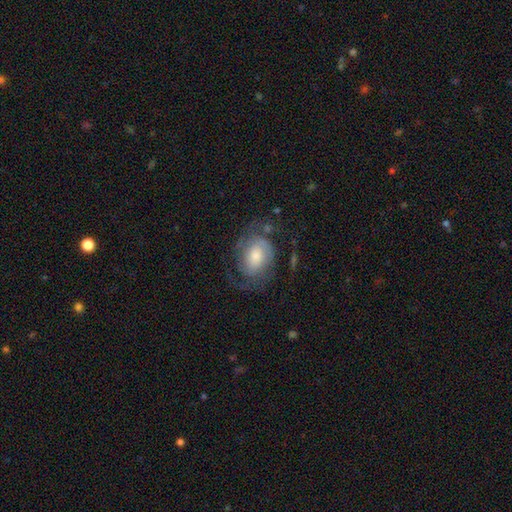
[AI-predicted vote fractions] Smooth or featured?
  - featured or disk: 74% *
  - smooth: 19%
  - star or artifact: 7%
Edge-on disk?
  - no: 97% *
  - yes: 3%
Bar?
  - no: 61% *
  - weak: 32%
  - strong: 7%
Spiral arms?
  - yes: 91% *
  - no: 9%
Spiral winding?
  - medium: 43% *
  - tight: 39%
  - loose: 17%
Spiral arm count?
  - 2: 68% *
  - can't tell: 15%
  - 3: 7%
  - 1: 5%
  - 4: 3%
  - more than 4: 2%
Bulge size?
  - moderate: 47% *
  - large: 24%
  - small: 22%
  - none: 4%
  - dominant: 3%
Merging?
  - none: 64% *
  - minor disturbance: 18%
  - major disturbance: 16%
  - merger: 2%